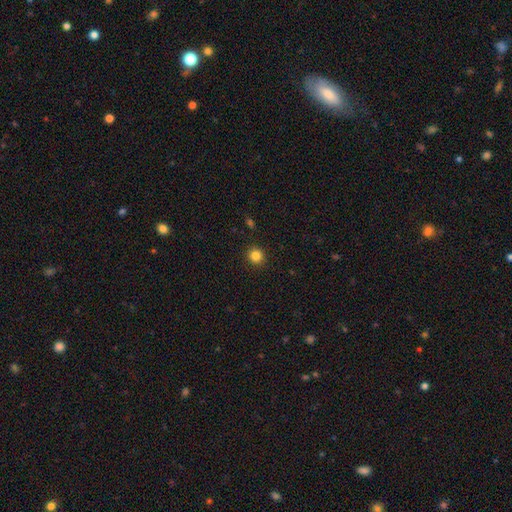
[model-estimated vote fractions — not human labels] Overall: smooth (84%). How rounded: round (92%). Merging: none (92%).